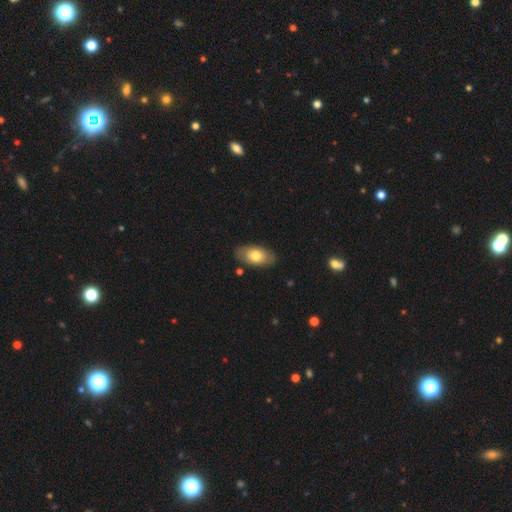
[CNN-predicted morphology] Smooth or featured: smooth — 69% (featured or disk — 25%)
How rounded: in between — 92% (round — 5%)
Merging: none — 83% (minor disturbance — 12%)